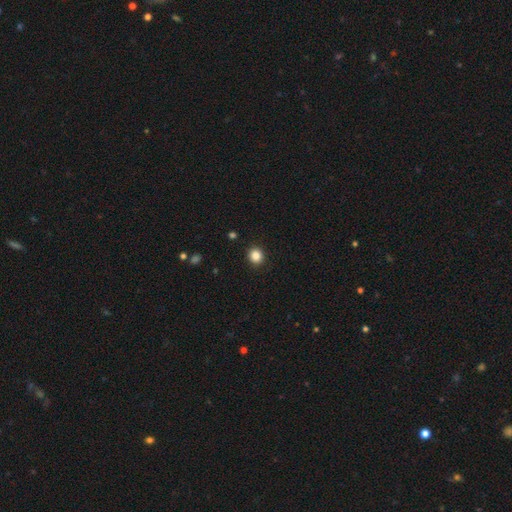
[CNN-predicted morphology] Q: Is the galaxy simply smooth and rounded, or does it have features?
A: smooth — 85%.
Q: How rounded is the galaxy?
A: round — 83%.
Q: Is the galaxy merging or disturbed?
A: none — 92%.